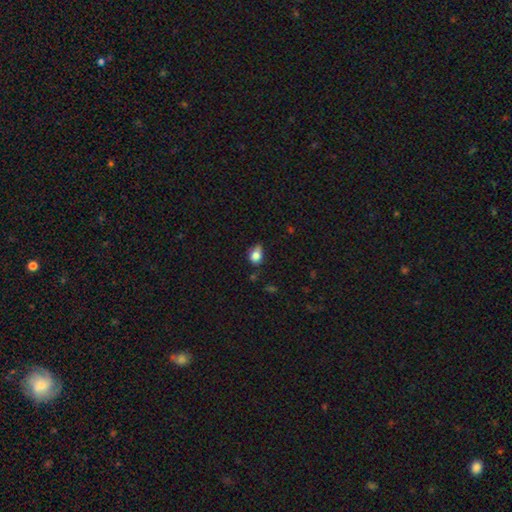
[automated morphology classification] smooth-or-featured: smooth: 82% | star or artifact: 10% | featured or disk: 8%
  how-rounded: in between: 56% | round: 43% | cigar-shaped: 1%
  merging: none: 49% | minor disturbance: 40% | major disturbance: 8% | merger: 4%